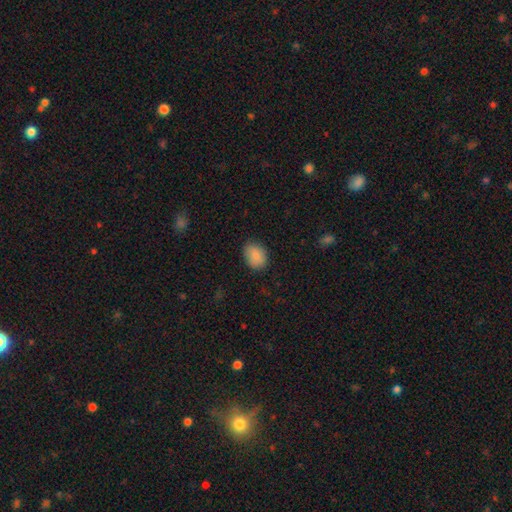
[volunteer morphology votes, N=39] A smooth galaxy with no disk features (90%) that is in between round and cigar-shaped (89%). Merging: none (74%).